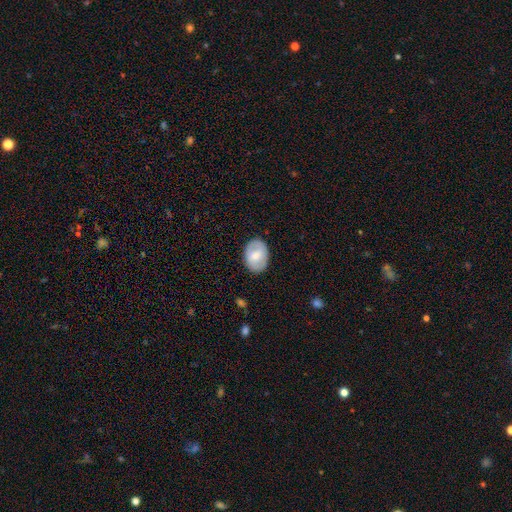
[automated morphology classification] Smooth or featured: smooth — 62% (featured or disk — 32%)
How rounded: in between — 77% (round — 22%)
Merging: none — 85% (minor disturbance — 11%)